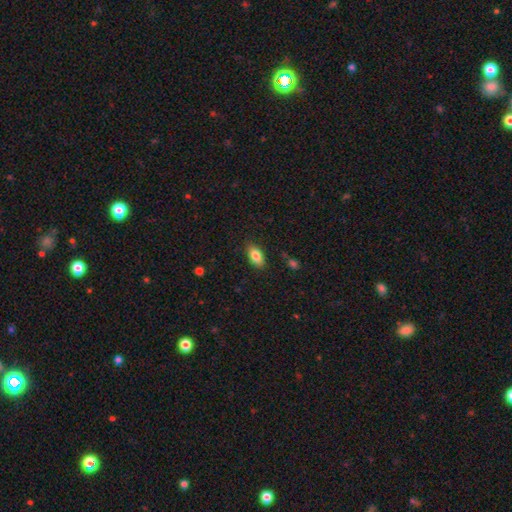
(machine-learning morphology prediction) Smooth or featured? smooth (84%)
How rounded? in between (91%)
Merging? none (86%)